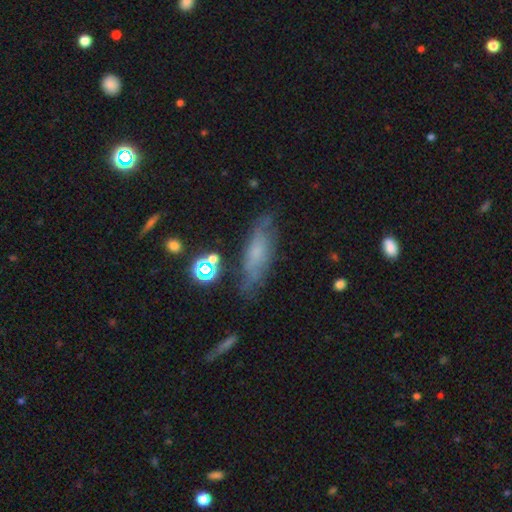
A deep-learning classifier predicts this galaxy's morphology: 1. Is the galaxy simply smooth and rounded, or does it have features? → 48% smooth, 41% featured or disk, 11% star or artifact.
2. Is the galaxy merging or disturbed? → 67% none, 22% minor disturbance, 7% major disturbance, 3% merger.